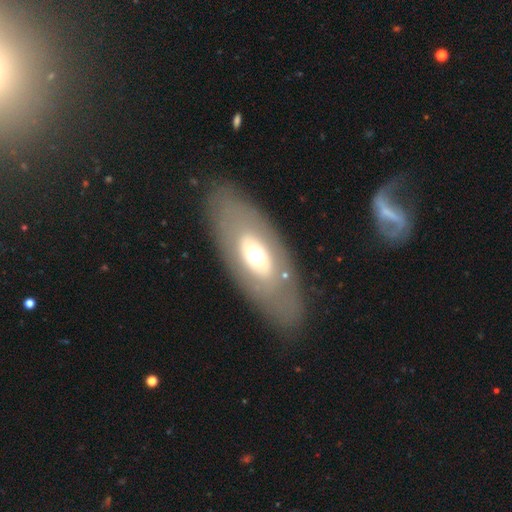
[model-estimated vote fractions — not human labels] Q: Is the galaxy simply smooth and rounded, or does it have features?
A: featured or disk — 47%.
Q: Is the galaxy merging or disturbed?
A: none — 79%.